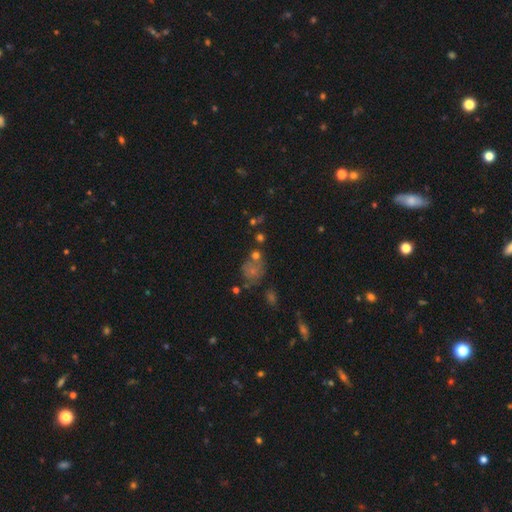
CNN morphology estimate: Smooth or featured? Predicted: star or artifact (p=0.48).